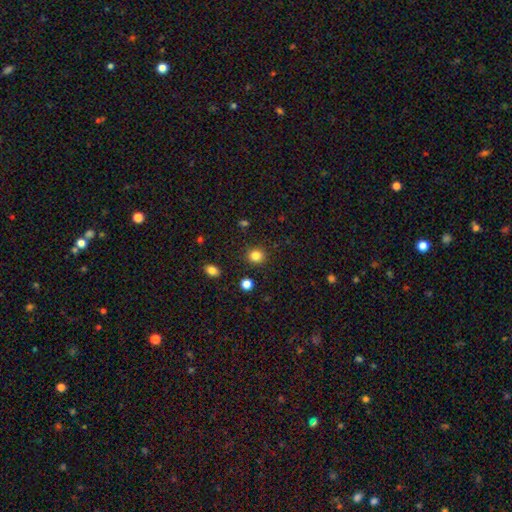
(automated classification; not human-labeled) Morphology: type=smooth (83%); roundness=round (85%); merging=none (89%).